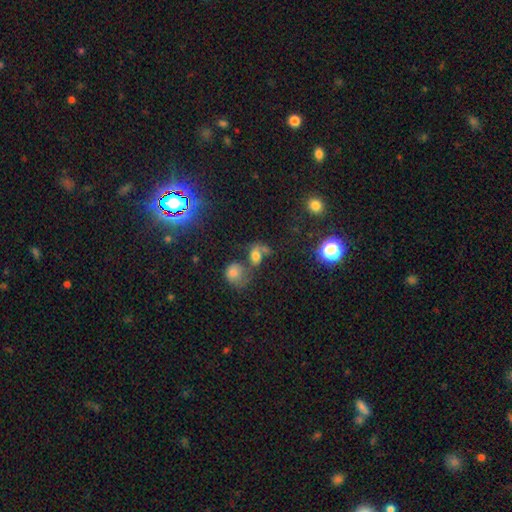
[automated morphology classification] A smooth galaxy with no disk features (59%) that is in between round and cigar-shaped (57%).

Vote fractions:
- Smooth or featured? smooth: 59% / star or artifact: 22% / featured or disk: 19%
- How rounded? in between: 57% / round: 40% / cigar-shaped: 3%
- Merging? merger: 44% / none: 30% / minor disturbance: 13% / major disturbance: 13%